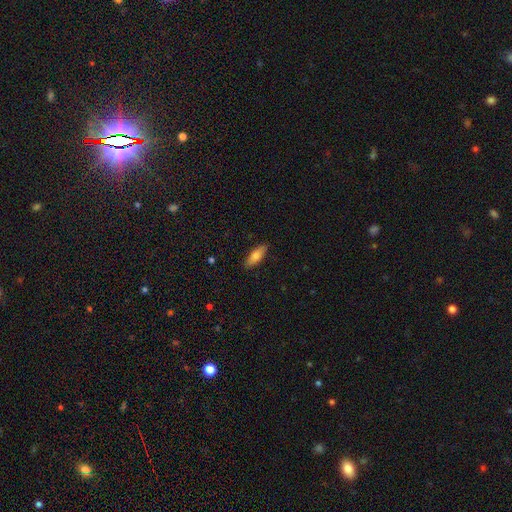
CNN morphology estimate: Smooth or featured? smooth (74%)
How rounded? in between (56%)
Merging? none (88%)